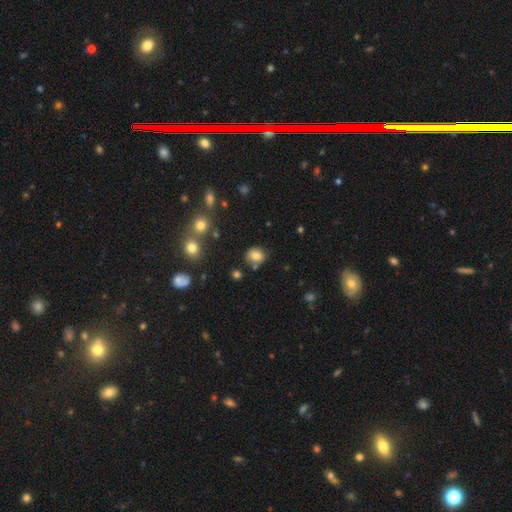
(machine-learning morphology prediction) Q: Smooth or featured?
A: smooth (78%); runner-up: star or artifact (12%)
Q: How rounded?
A: round (54%); runner-up: in between (44%)
Q: Merging?
A: none (73%); runner-up: minor disturbance (15%)